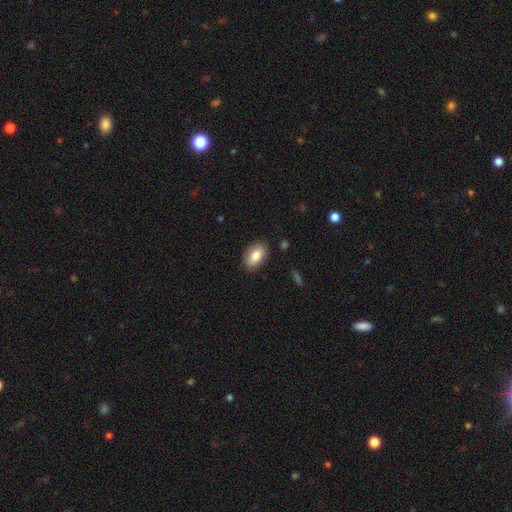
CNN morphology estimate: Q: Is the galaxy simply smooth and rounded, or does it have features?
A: smooth — 83%.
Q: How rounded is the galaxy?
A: in between — 91%.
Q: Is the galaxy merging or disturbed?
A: none — 87%.